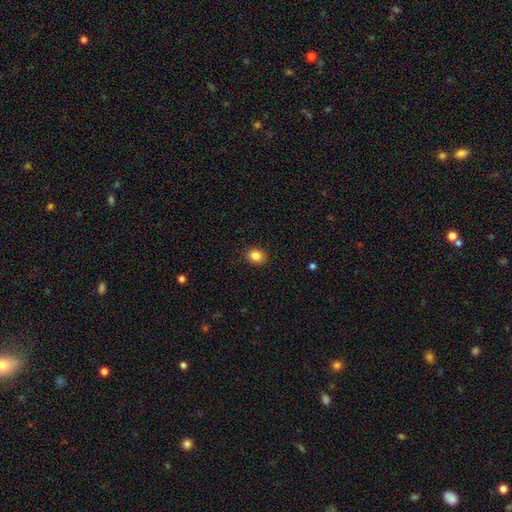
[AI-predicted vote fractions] Q: Smooth or featured?
A: smooth (85%); runner-up: star or artifact (10%)
Q: How rounded?
A: round (60%); runner-up: in between (39%)
Q: Merging?
A: none (90%); runner-up: minor disturbance (8%)